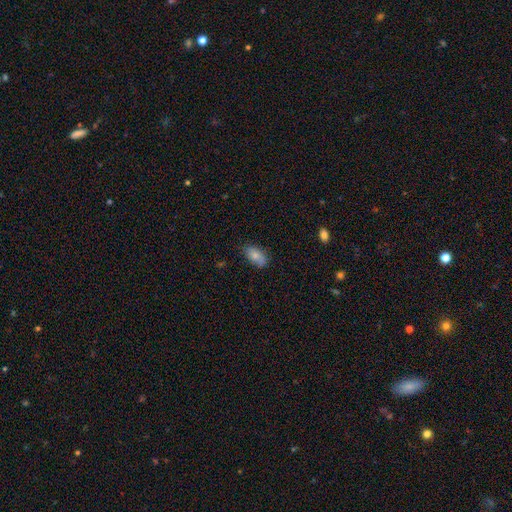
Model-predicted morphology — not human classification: smooth_or_featured: smooth (p=0.80) [alt: featured or disk p=0.12]
how_rounded: in between (p=0.92) [alt: round p=0.04]
merging: none (p=0.77) [alt: minor disturbance p=0.18]